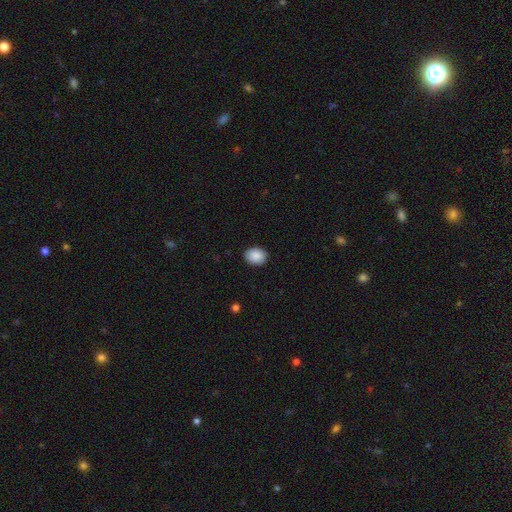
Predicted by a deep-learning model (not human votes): Overall: smooth (89%). How rounded: in between (56%; round 43%). Merging: none (90%).